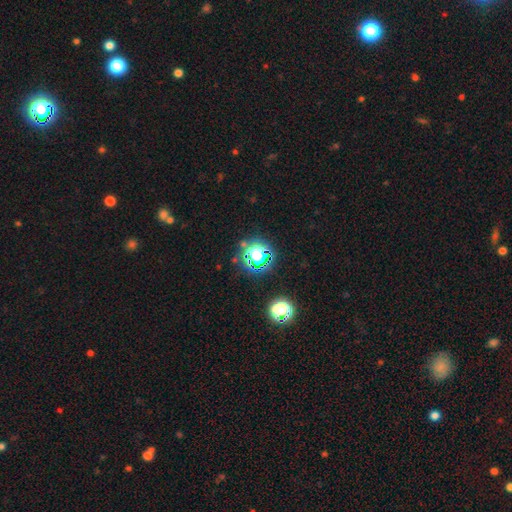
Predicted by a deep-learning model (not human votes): The model was most divided on "smooth or featured": star or artifact: 68%, smooth: 24%, featured or disk: 8%.